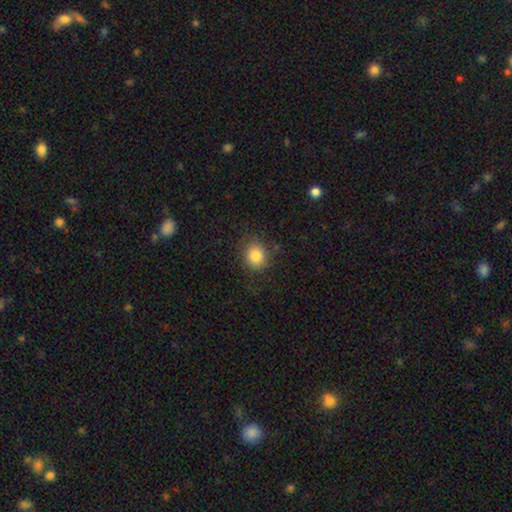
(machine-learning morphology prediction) Smooth or featured: smooth — 83% (star or artifact — 10%)
How rounded: round — 75% (in between — 24%)
Merging: none — 81% (minor disturbance — 13%)